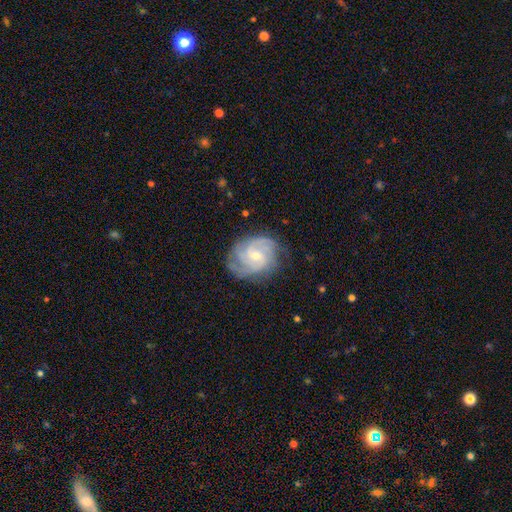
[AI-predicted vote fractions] Smooth or featured? Predicted: featured or disk (p=0.87). Edge-on disk? Predicted: no (p=0.98). Bar? Predicted: no (p=0.59). Spiral arms? Predicted: yes (p=0.97). Spiral winding? Predicted: tight (p=0.55). Spiral arm count? Predicted: 3 (p=0.36). Bulge size? Predicted: small (p=0.58). Merging? Predicted: none (p=0.77).